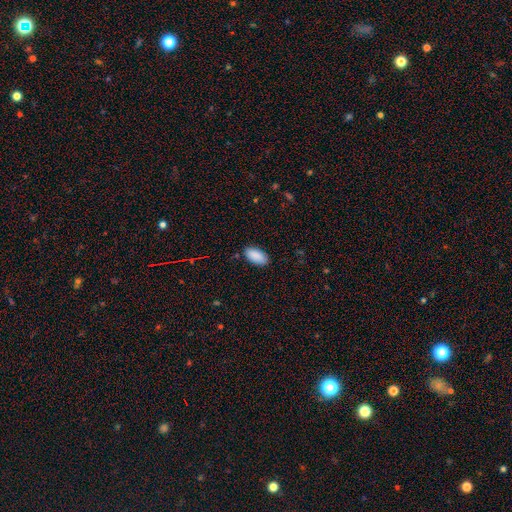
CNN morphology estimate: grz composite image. It shows a smooth galaxy with no disk features (90%) that is in between round and cigar-shaped (94%). Merging: none (87%).